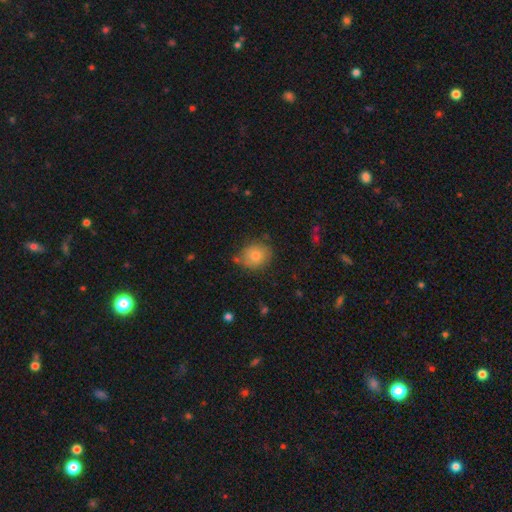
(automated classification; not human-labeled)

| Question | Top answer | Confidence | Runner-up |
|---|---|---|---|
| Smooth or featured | smooth | 75% | featured or disk (14%) |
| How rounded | round | 76% | in between (23%) |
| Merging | none | 72% | minor disturbance (19%) |